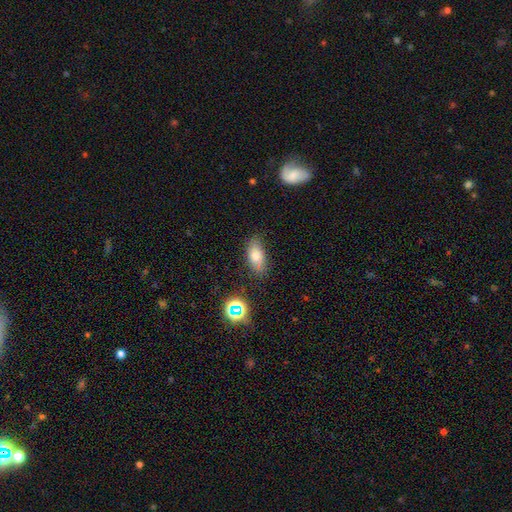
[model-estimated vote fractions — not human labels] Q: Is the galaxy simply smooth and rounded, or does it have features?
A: smooth — 75%.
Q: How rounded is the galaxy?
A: in between — 86%.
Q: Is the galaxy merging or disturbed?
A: none — 74%.